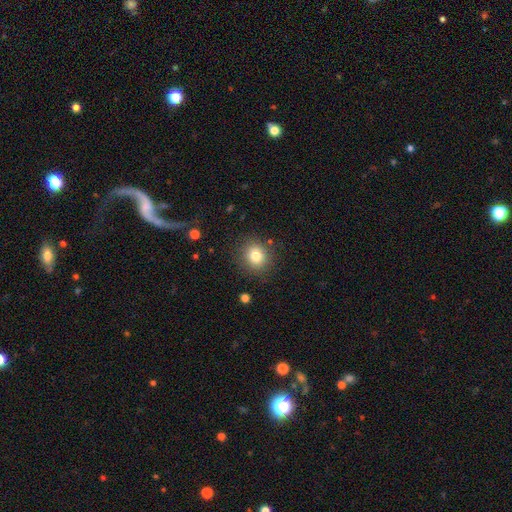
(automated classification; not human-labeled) A smooth galaxy with no disk features (81%) that is round (82%).

Vote fractions:
- Smooth or featured? smooth: 81% / star or artifact: 11% / featured or disk: 8%
- How rounded? round: 82% / in between: 17% / cigar-shaped: 1%
- Merging? none: 86% / minor disturbance: 9% / major disturbance: 3% / merger: 2%